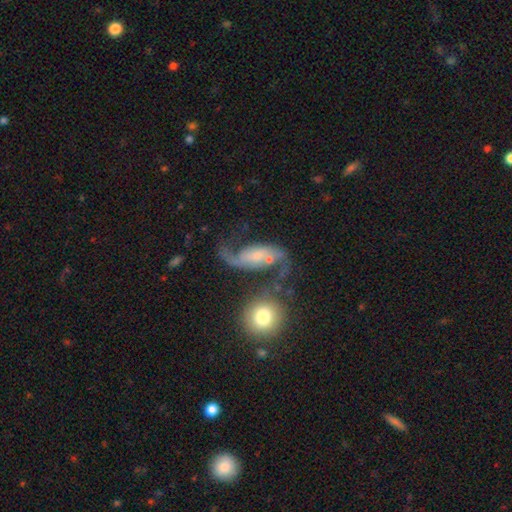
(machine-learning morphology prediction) Smooth or featured: featured or disk — 81% (smooth — 12%)
Edge-on disk: no — 96% (yes — 4%)
Bar: no — 42% (weak — 40%)
Spiral arms: yes — 95% (no — 5%)
Spiral winding: loose — 82% (medium — 14%)
Spiral arm count: 2 — 91% (1 — 4%)
Bulge size: small — 47% (moderate — 29%)
Merging: none — 47% (major disturbance — 19%)